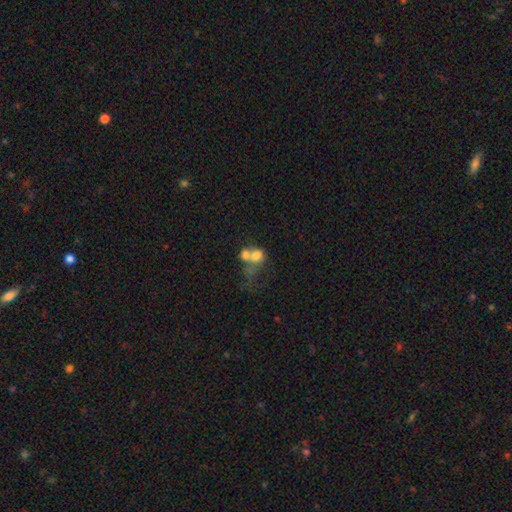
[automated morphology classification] smooth-or-featured: smooth: 65% | featured or disk: 24% | star or artifact: 12%
  how-rounded: round: 62% | in between: 37% | cigar-shaped: 1%
  merging: merger: 66% | none: 16% | major disturbance: 12% | minor disturbance: 7%